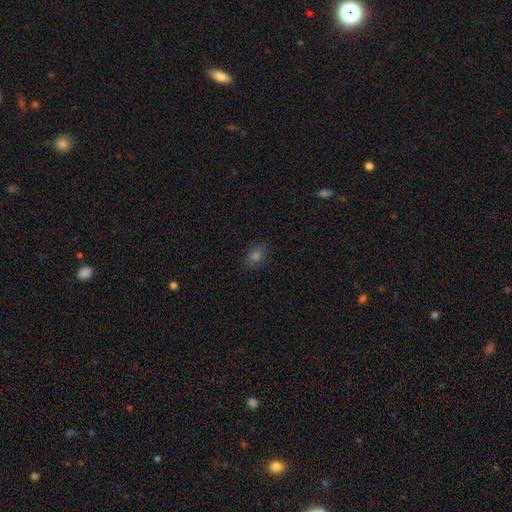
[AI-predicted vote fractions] This appears to be a smooth galaxy with no disk features (65%) that is in between round and cigar-shaped (62%). Merging: none (84%).